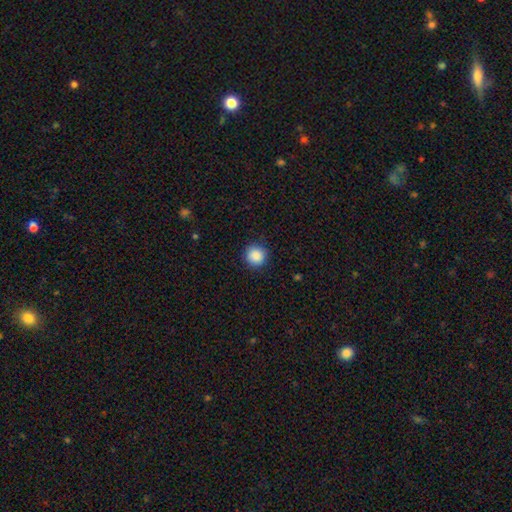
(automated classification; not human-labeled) smooth-or-featured: smooth: 88% | star or artifact: 9% | featured or disk: 3%
  how-rounded: round: 94% | in between: 5% | cigar-shaped: 1%
  merging: none: 89% | minor disturbance: 8% | major disturbance: 2% | merger: 1%